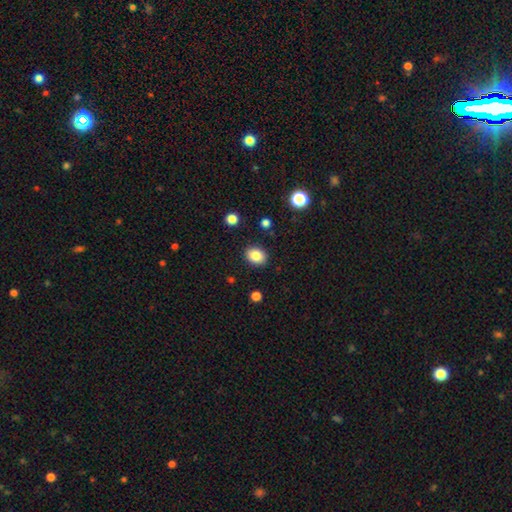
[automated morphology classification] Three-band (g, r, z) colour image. It shows a smooth galaxy with no disk features (85%) that is in between round and cigar-shaped (57%). Merging: none (88%).